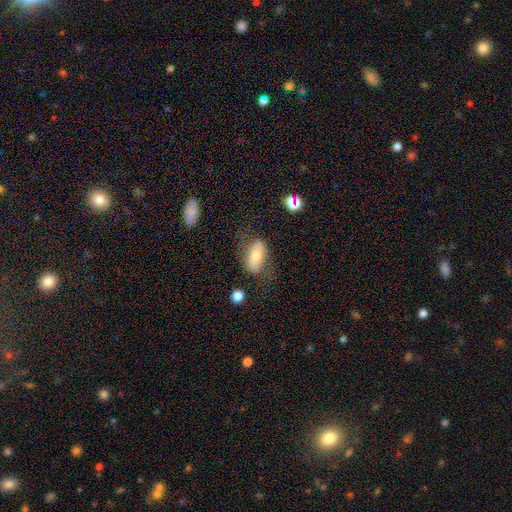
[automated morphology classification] Smooth or featured? Predicted: smooth (p=0.55). How rounded? Predicted: in between (p=0.88). Merging? Predicted: none (p=0.59).